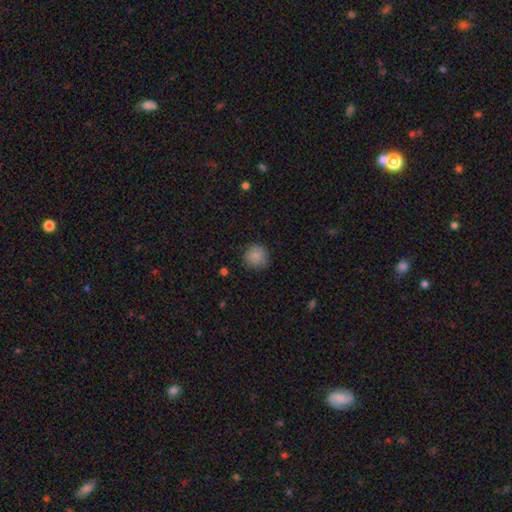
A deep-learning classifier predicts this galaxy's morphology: type=smooth (86%); roundness=round (93%); merging=none (84%).